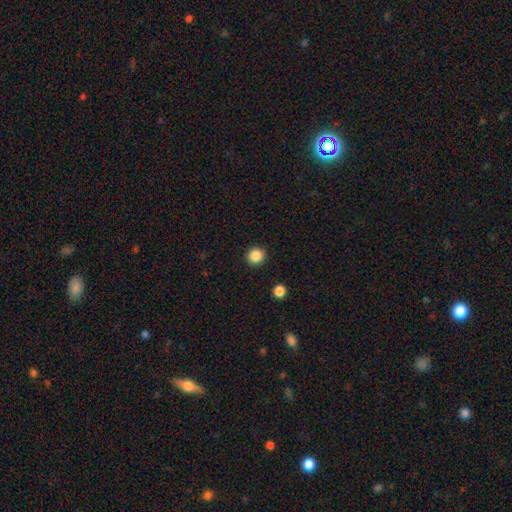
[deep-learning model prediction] smooth-or-featured: smooth: 86% | star or artifact: 11% | featured or disk: 4%
  how-rounded: round: 94% | in between: 5% | cigar-shaped: 1%
  merging: none: 92% | minor disturbance: 5% | major disturbance: 2% | merger: 1%